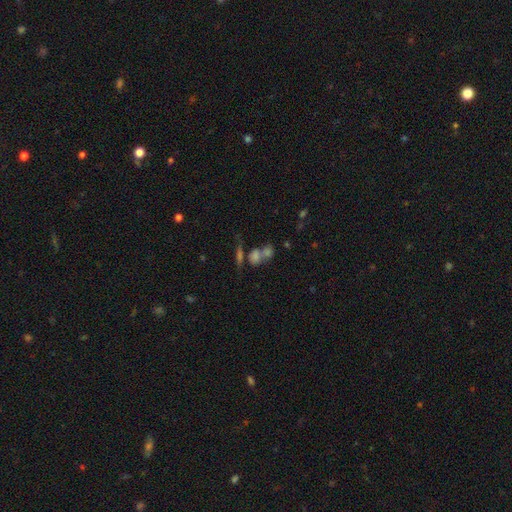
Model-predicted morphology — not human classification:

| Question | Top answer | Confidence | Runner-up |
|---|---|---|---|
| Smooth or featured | smooth | 61% | star or artifact (20%) |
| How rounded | in between | 53% | round (35%) |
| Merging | merger | 44% | none (39%) |